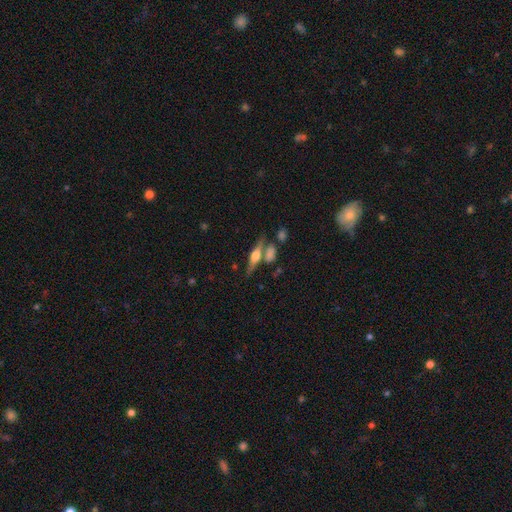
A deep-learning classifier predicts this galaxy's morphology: This is likely a featured or disk galaxy (63%). It is clearly viewed edge-on (94%). Edge-on bulge: clearly rounded (89%). Merging: likely none (65%).